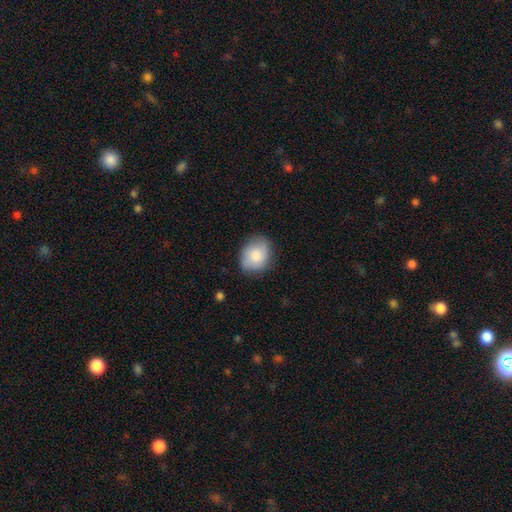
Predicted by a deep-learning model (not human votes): A smooth galaxy with no disk features (82%) that is in between round and cigar-shaped (54%).

Vote fractions:
- Smooth or featured? smooth: 82% / featured or disk: 12% / star or artifact: 7%
- How rounded? in between: 54% / round: 45% / cigar-shaped: 1%
- Merging? none: 77% / minor disturbance: 17% / major disturbance: 4% / merger: 1%